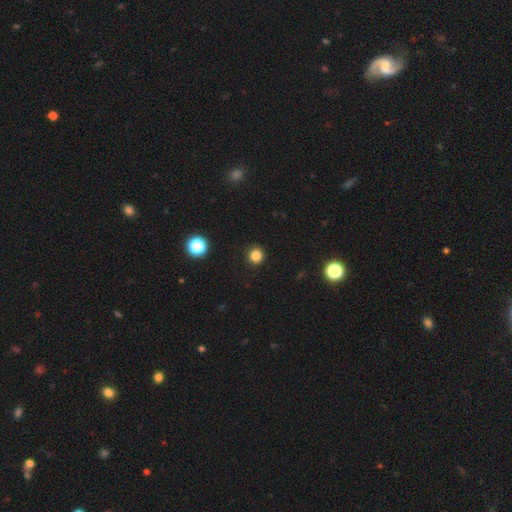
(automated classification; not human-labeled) Smooth or featured: smooth — 83% (star or artifact — 14%)
How rounded: round — 91% (in between — 8%)
Merging: none — 92% (minor disturbance — 5%)